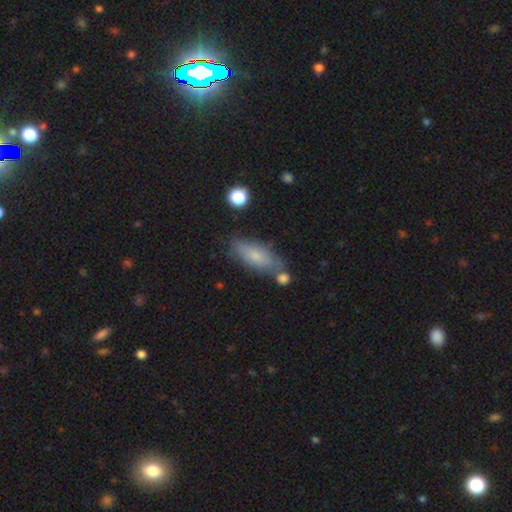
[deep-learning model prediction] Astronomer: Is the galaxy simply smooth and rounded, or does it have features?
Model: smooth — 71%.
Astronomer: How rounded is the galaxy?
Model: in between — 67%.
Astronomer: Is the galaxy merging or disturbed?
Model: none — 66%.